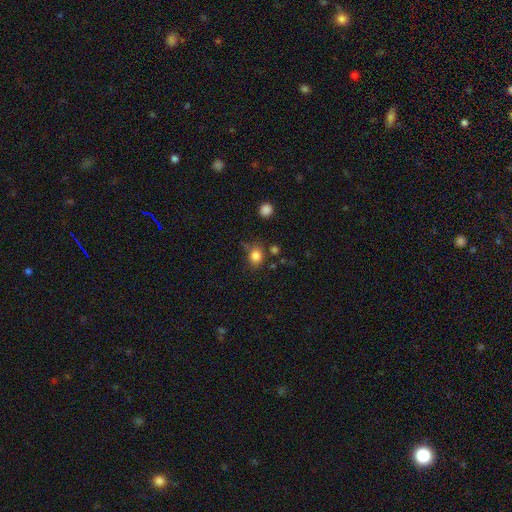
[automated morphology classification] This appears to be a smooth galaxy with no disk features (82%) that is round (66%). Merging: none (67%).